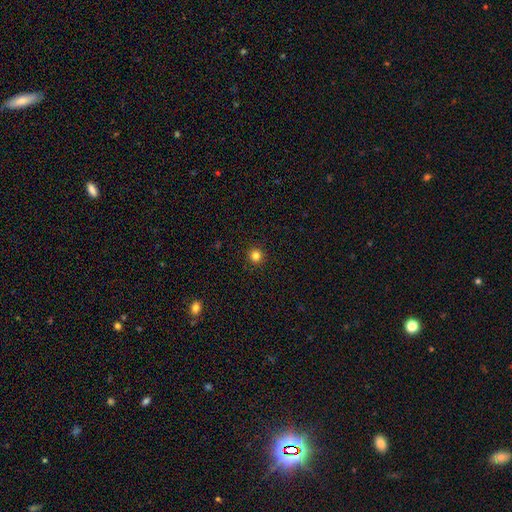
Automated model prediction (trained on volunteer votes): This is clearly a smooth galaxy (82%). How rounded: clearly round (96%). Merging: clearly none (93%).